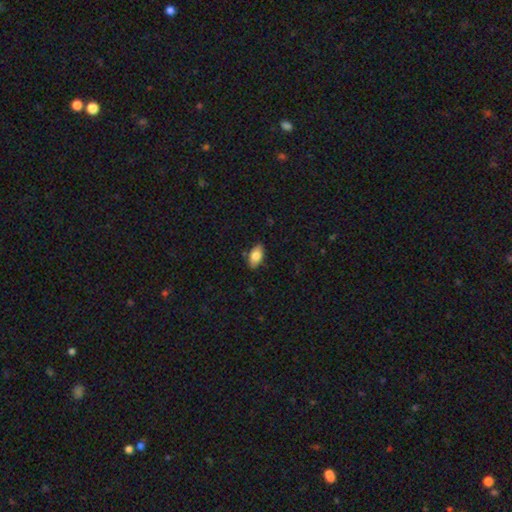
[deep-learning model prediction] smooth-or-featured: smooth: 80% | featured or disk: 13% | star or artifact: 7%
  how-rounded: in between: 93% | round: 4% | cigar-shaped: 3%
  merging: none: 84% | minor disturbance: 12% | major disturbance: 2% | merger: 2%